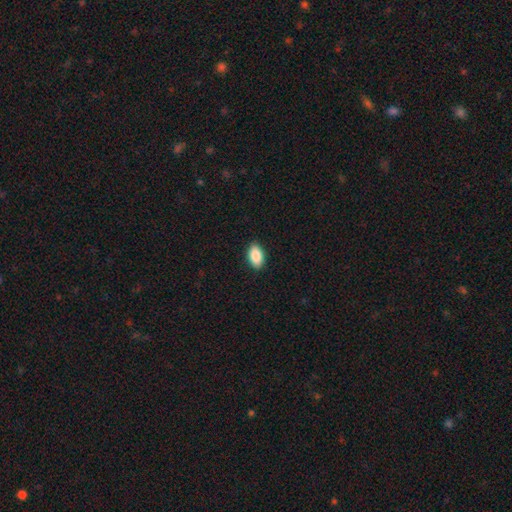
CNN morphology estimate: smooth_or_featured: smooth (p=0.89) [alt: star or artifact p=0.07]
how_rounded: in between (p=0.94) [alt: round p=0.05]
merging: none (p=0.90) [alt: minor disturbance p=0.08]